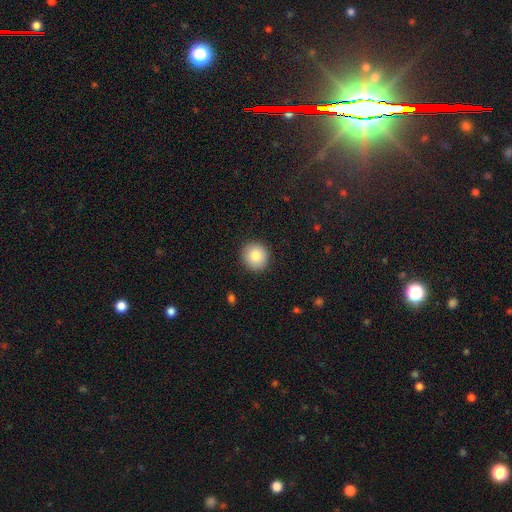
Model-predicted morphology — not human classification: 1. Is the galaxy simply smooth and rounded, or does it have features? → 85% smooth, 8% star or artifact, 7% featured or disk.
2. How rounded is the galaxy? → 91% round, 8% in between, 1% cigar-shaped.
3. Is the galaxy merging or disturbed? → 91% none, 6% minor disturbance, 2% major disturbance, 1% merger.